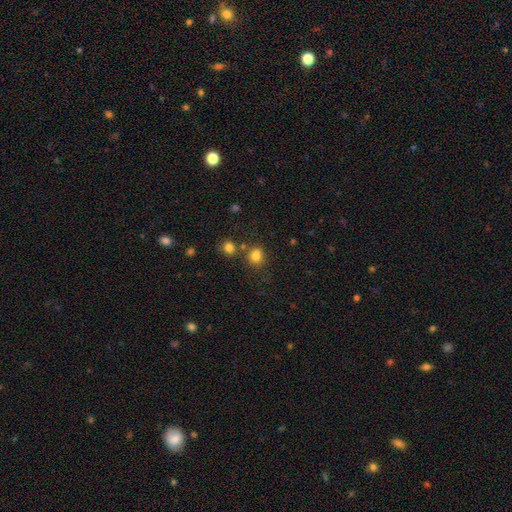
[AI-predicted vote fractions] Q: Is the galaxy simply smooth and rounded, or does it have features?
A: smooth — 81%.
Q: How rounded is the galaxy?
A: round — 61%.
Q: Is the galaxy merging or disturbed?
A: none — 68%.